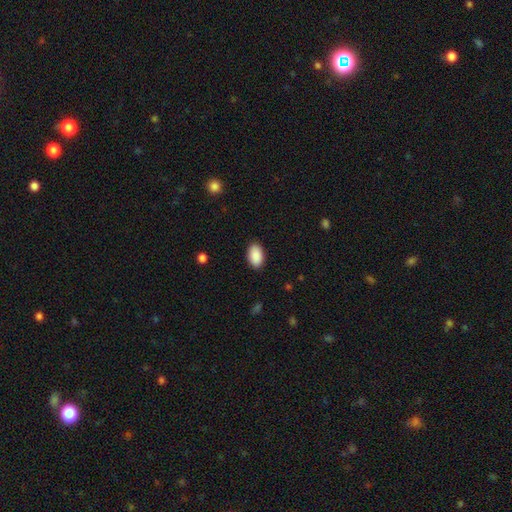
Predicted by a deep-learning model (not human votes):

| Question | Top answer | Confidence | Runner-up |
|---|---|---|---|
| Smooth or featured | smooth | 91% | star or artifact (6%) |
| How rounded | in between | 93% | round (5%) |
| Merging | none | 89% | minor disturbance (8%) |